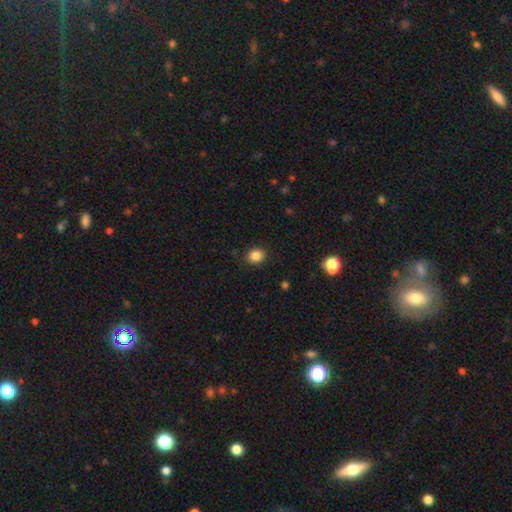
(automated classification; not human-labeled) Smooth or featured: smooth — 86% (star or artifact — 10%)
How rounded: round — 56% (in between — 43%)
Merging: none — 87% (minor disturbance — 9%)